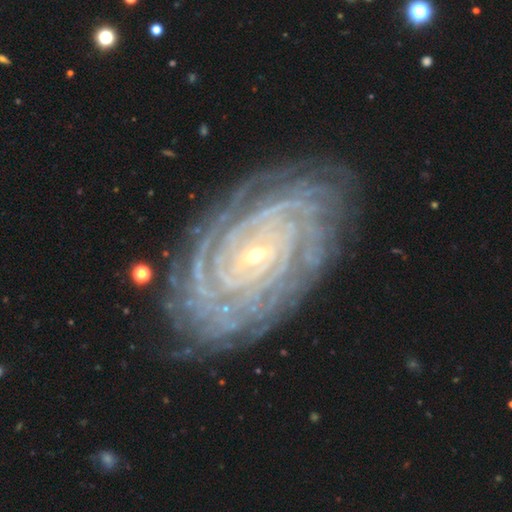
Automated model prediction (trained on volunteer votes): Smooth or featured? featured or disk (92%)
Edge-on disk? no (97%)
Bar? weak (39%)
Spiral arms? yes (99%)
Spiral winding? tight (88%)
Spiral arm count? more than 4 (26%)
Bulge size? small (77%)
Merging? none (80%)